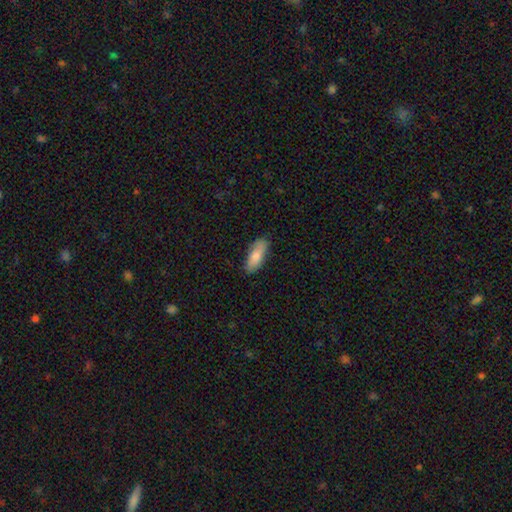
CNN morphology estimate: Smooth or featured? smooth (79%)
How rounded? in between (71%)
Merging? none (81%)